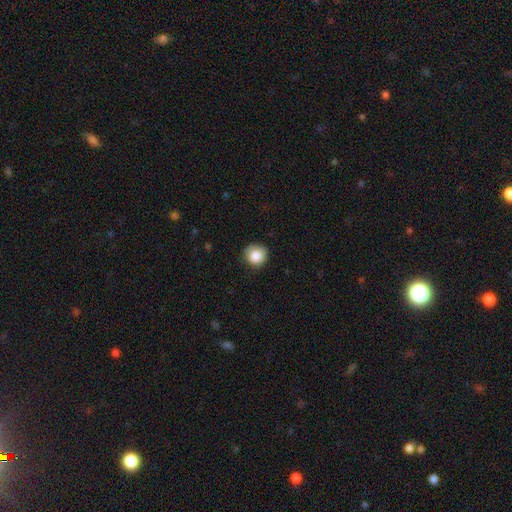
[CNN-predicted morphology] This appears to be a smooth galaxy with no disk features (84%) that is round (90%). Merging: none (79%).